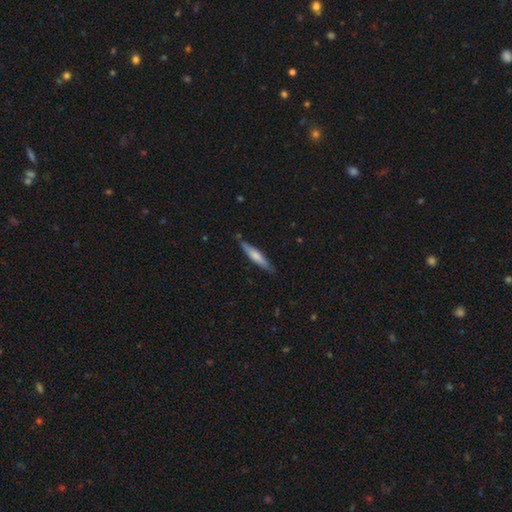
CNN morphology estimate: Smooth or featured? smooth (62%)
How rounded? cigar-shaped (89%)
Merging? none (83%)